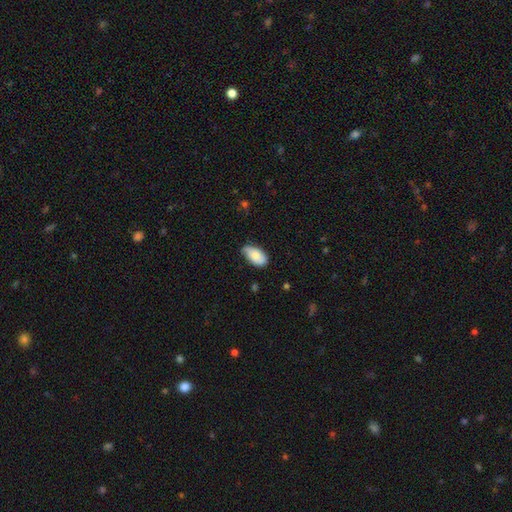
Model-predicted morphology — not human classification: type=smooth (76%); roundness=in between (94%); merging=none (59%).